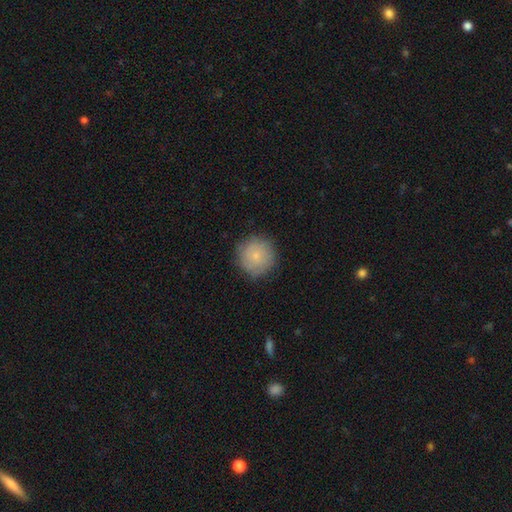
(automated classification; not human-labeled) Smooth or featured? smooth (77%)
How rounded? round (95%)
Merging? none (83%)